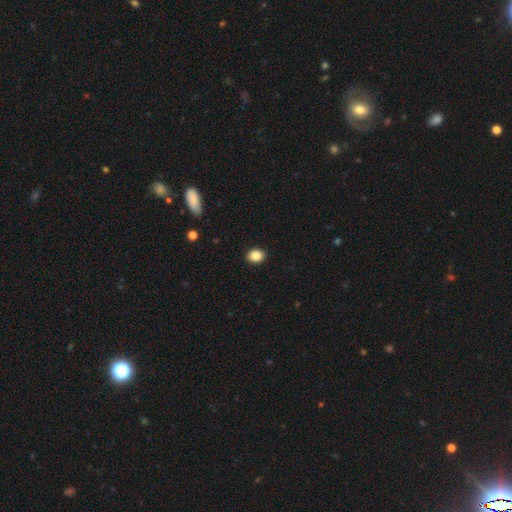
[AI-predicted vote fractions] smooth 86%, star or artifact 9%, featured or disk 5%. Down the decision tree: how rounded — in between (56%); merging — none (91%).